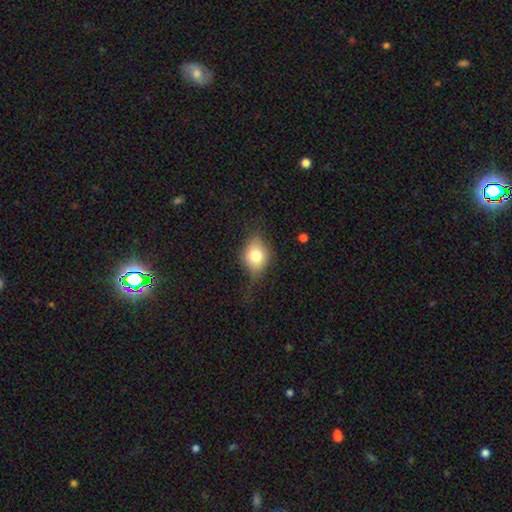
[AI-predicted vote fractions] Smooth or featured? Predicted: smooth (p=0.69). How rounded? Predicted: in between (p=0.52). Merging? Predicted: none (p=0.57).